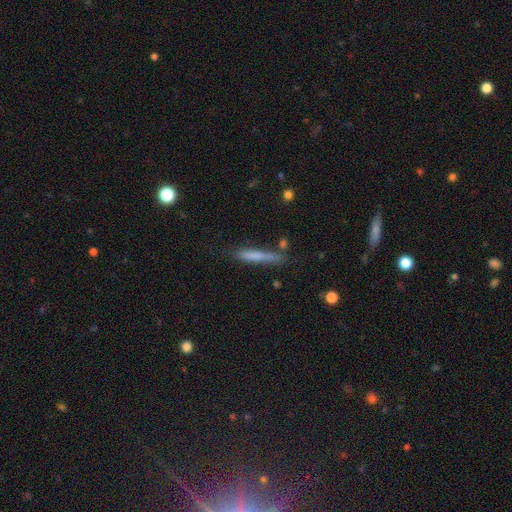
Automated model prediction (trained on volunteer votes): smooth 68%, featured or disk 25%, star or artifact 7%. Down the decision tree: how rounded — cigar-shaped (93%); merging — none (73%).